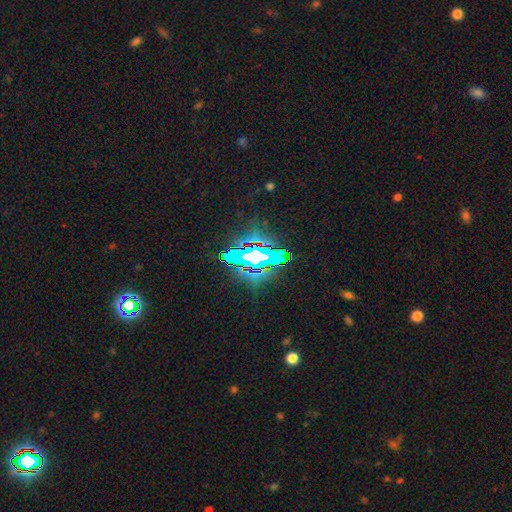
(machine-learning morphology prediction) This appears to be a star or artifact, not a galaxy (66%).